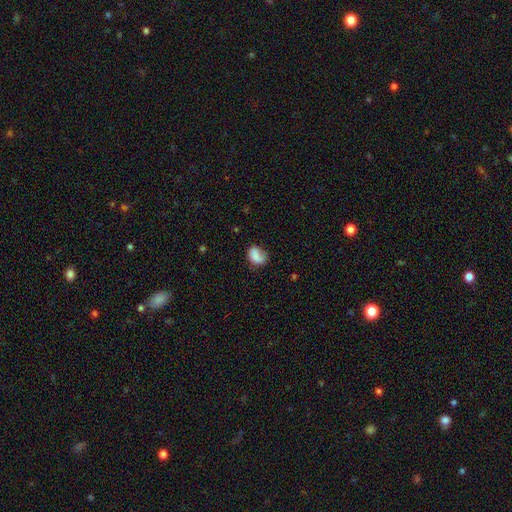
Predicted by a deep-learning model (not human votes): smooth-or-featured: smooth: 75% | featured or disk: 17% | star or artifact: 9%
  how-rounded: in between: 67% | round: 32% | cigar-shaped: 1%
  merging: none: 49% | minor disturbance: 31% | major disturbance: 16% | merger: 4%